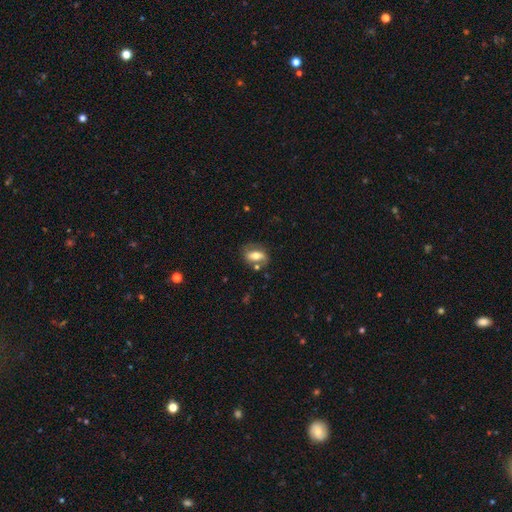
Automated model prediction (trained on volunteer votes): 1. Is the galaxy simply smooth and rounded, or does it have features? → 54% smooth, 38% featured or disk, 8% star or artifact.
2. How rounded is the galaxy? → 80% in between, 12% round, 8% cigar-shaped.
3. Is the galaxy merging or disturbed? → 64% none, 20% minor disturbance, 9% merger, 8% major disturbance.